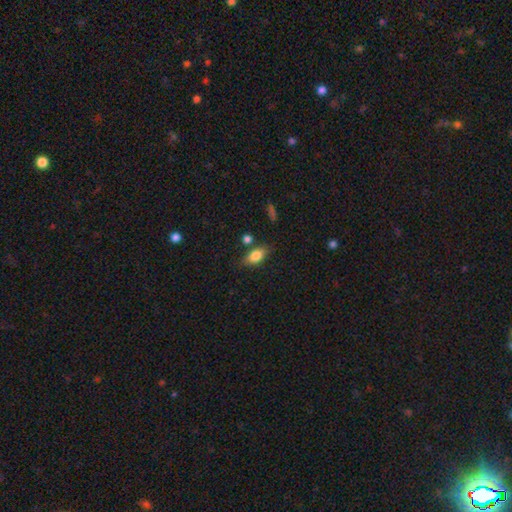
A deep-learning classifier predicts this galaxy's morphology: Q: Smooth or featured?
A: smooth (81%); runner-up: featured or disk (11%)
Q: How rounded?
A: in between (85%); runner-up: round (8%)
Q: Merging?
A: none (74%); runner-up: minor disturbance (15%)